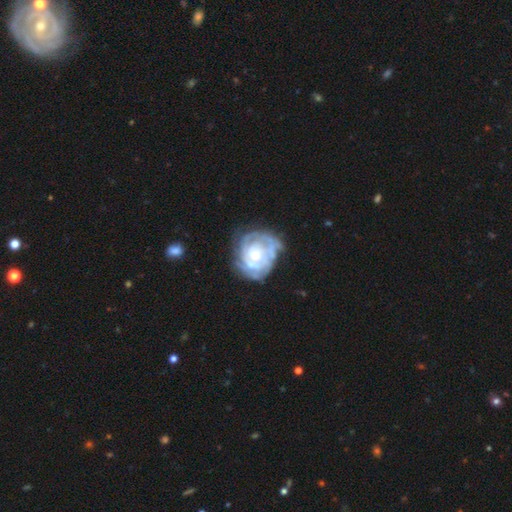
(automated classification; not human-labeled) featured or disk 76%, smooth 18%, star or artifact 7%. Down the decision tree: edge-on disk — no (98%); bar — no (81%); spiral arms — yes (69%); spiral arm count — can't tell (58%); spiral winding — tight (70%); bulge size — moderate (48%); merging — none (54%).